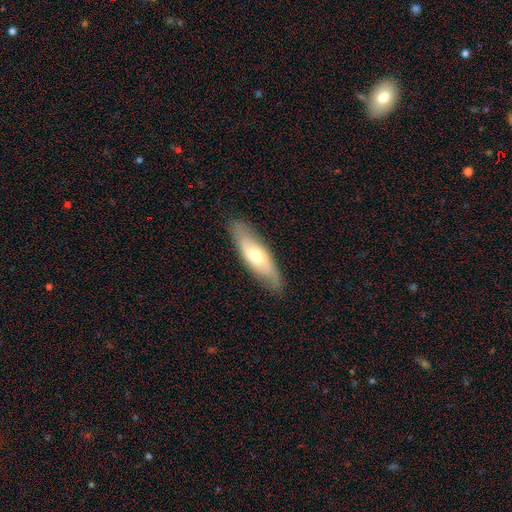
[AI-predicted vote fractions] smooth-or-featured: smooth: 53% | featured or disk: 42% | star or artifact: 6%
  how-rounded: cigar-shaped: 51% | in between: 46% | round: 2%
  merging: none: 85% | minor disturbance: 12% | major disturbance: 2% | merger: 1%